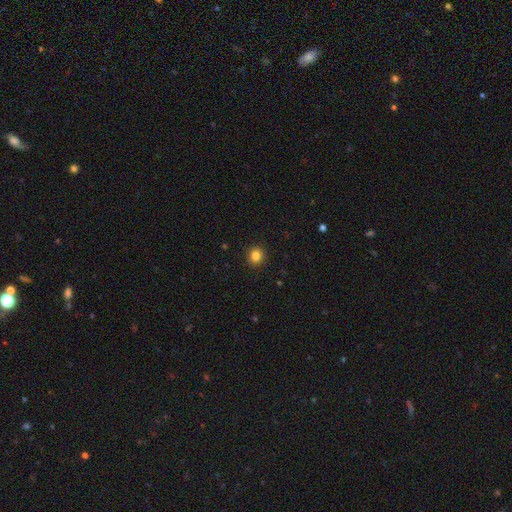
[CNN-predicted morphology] Overall: smooth (84%). How rounded: round (89%). Merging: none (93%).